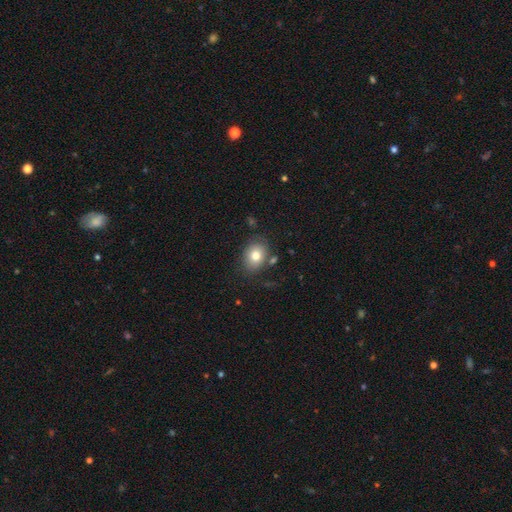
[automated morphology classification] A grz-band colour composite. It shows a smooth galaxy with no disk features (78%) that is in between round and cigar-shaped (59%). Merging: none (75%).